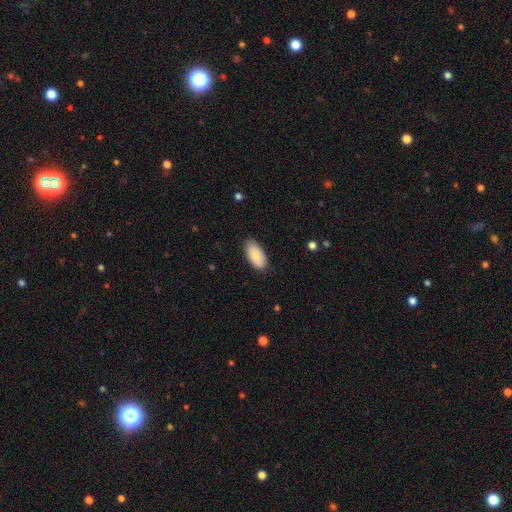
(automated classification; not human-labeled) A smooth galaxy with no disk features (84%) that is in between round and cigar-shaped (94%).

Vote fractions:
- Smooth or featured? smooth: 84% / featured or disk: 9% / star or artifact: 6%
- How rounded? in between: 94% / cigar-shaped: 4% / round: 2%
- Merging? none: 82% / minor disturbance: 14% / major disturbance: 2% / merger: 1%